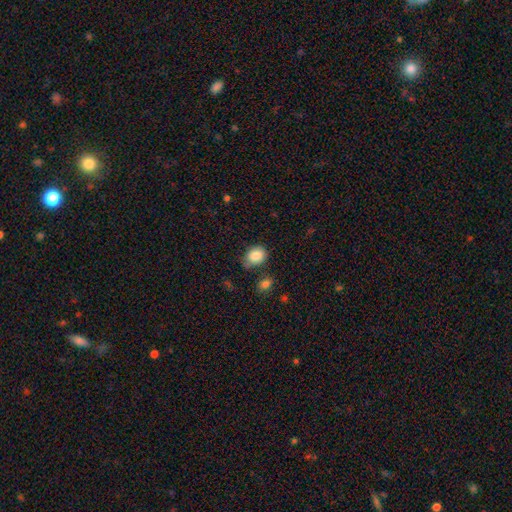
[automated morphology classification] Smooth or featured? Predicted: smooth (p=0.85). How rounded? Predicted: in between (p=0.62). Merging? Predicted: none (p=0.62).